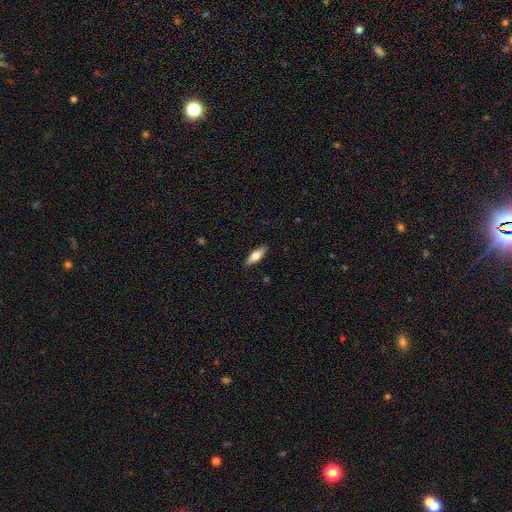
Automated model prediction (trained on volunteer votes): Smooth or featured? Predicted: smooth (p=0.65). How rounded? Predicted: in between (p=0.54). Merging? Predicted: none (p=0.88).